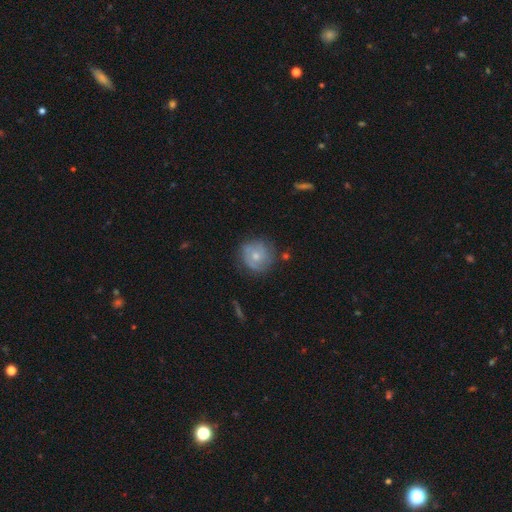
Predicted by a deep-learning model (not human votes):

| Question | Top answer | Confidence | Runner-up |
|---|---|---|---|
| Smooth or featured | smooth | 48% | featured or disk (45%) |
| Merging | none | 72% | minor disturbance (20%) |